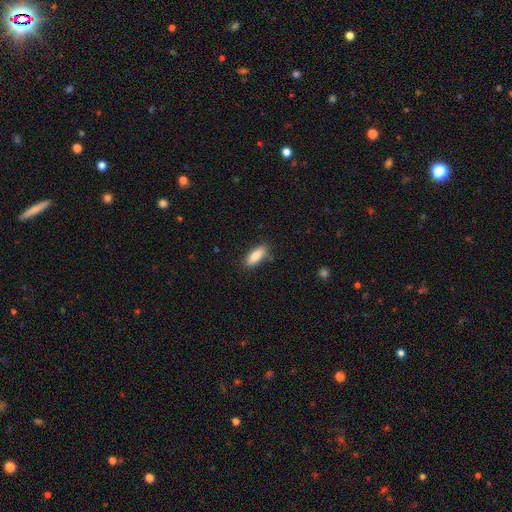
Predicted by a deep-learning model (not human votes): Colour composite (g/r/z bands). It shows a smooth galaxy with no disk features (84%) that is in between round and cigar-shaped (69%). Merging: none (80%).